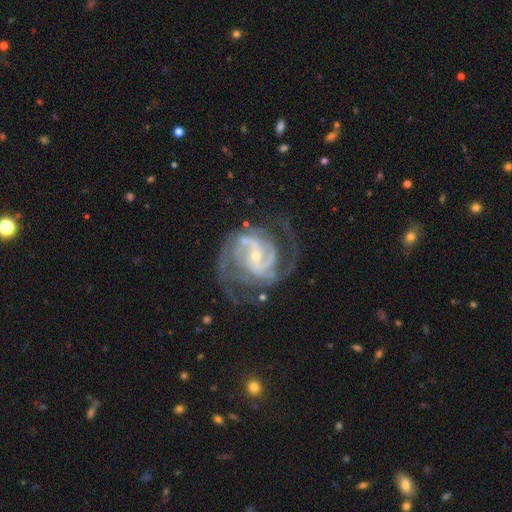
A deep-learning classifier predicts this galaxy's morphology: smooth-or-featured: featured or disk: 91% | star or artifact: 5% | smooth: 4%
  disk-edge-on: no: 98% | yes: 2%
    bar: weak: 45% | strong: 32% | no: 24%
    has-spiral-arms: yes: 97% | no: 3%
      spiral-winding: medium: 49% | tight: 39% | loose: 12%
      spiral-arm-count: 2: 59% | 3: 17% | can't tell: 12% | 4: 5% | 1: 4% | more than 4: 4%
    bulge-size: small: 68% | moderate: 27% | large: 2% | none: 2% | dominant: 1%
  merging: none: 63% | minor disturbance: 18% | major disturbance: 16% | merger: 3%